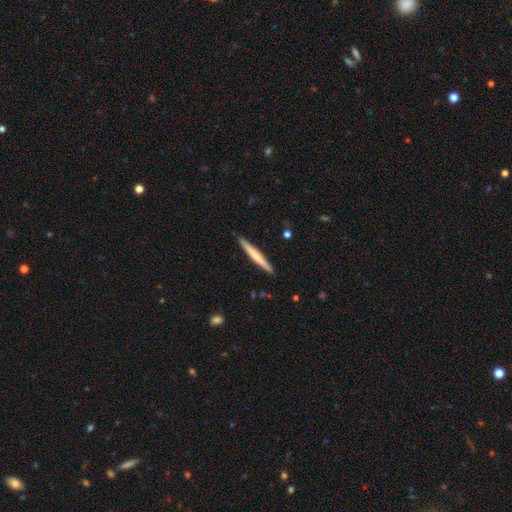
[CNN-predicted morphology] A smooth galaxy with no disk features (56%) that is cigar-shaped (96%).

Vote fractions:
- Smooth or featured? smooth: 56% / featured or disk: 39% / star or artifact: 5%
- How rounded? cigar-shaped: 96% / in between: 2% / round: 1%
- Merging? none: 91% / minor disturbance: 7% / major disturbance: 1% / merger: 1%